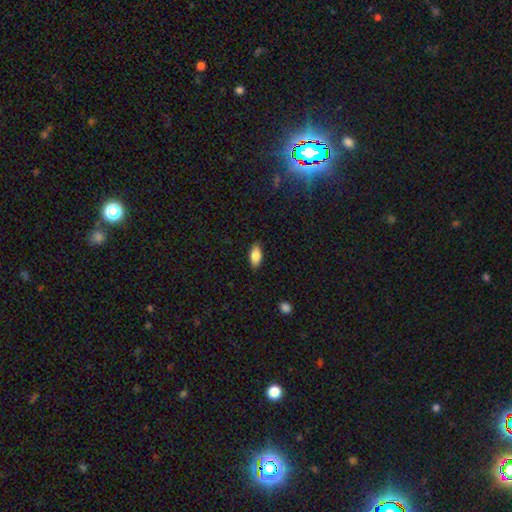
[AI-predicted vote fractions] Overall: smooth (85%). How rounded: in between (88%). Merging: none (86%).